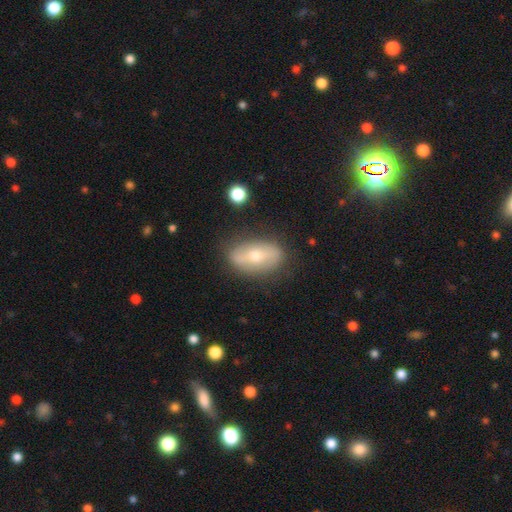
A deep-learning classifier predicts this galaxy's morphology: Overall: featured or disk (48%; smooth 44%). Merging: none (80%).